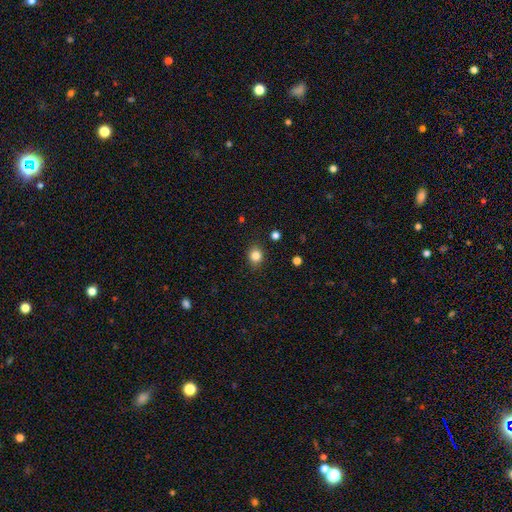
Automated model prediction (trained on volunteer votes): Smooth or featured? smooth (83%)
How rounded? round (72%)
Merging? none (87%)